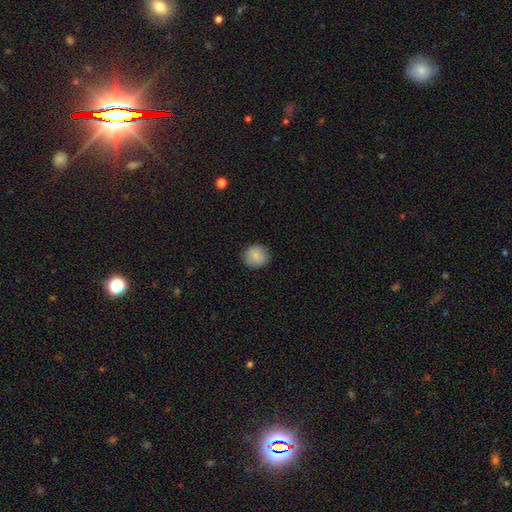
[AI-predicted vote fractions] Morphology: type=smooth (84%); roundness=round (88%); merging=none (89%).